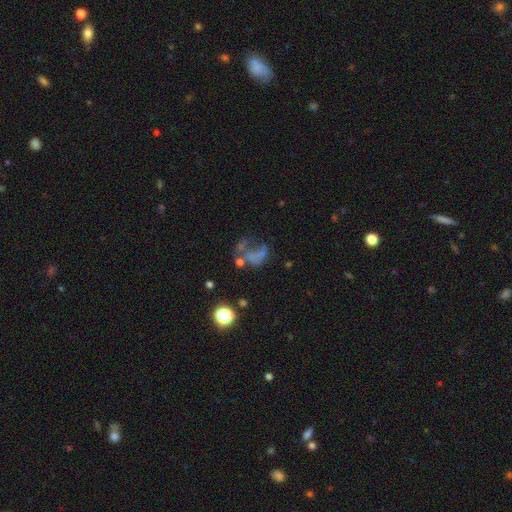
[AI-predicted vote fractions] This is marginally a smooth galaxy (38%). Merging: marginally major disturbance (43%).